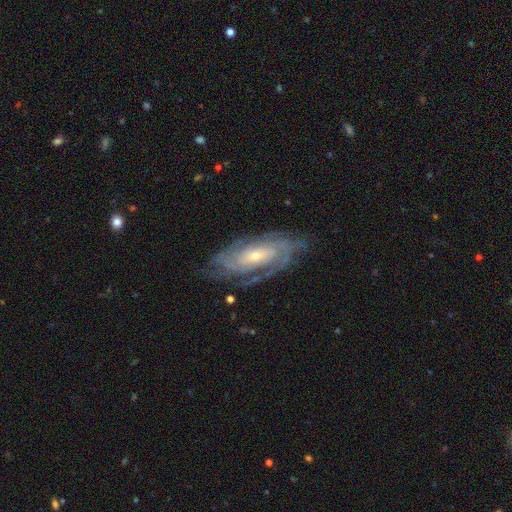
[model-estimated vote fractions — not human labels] smooth_or_featured: featured or disk (p=0.87) [alt: smooth p=0.08]
disk_edge_on: no (p=0.93) [alt: yes p=0.07]
bar: no (p=0.60) [alt: weak p=0.29]
has_spiral_arms: yes (p=0.96) [alt: no p=0.04]
spiral_winding: tight (p=0.64) [alt: medium p=0.29]
spiral_arm_count: can't tell (p=0.29) [alt: 2 p=0.26]
bulge_size: small (p=0.65) [alt: moderate p=0.29]
merging: none (p=0.72) [alt: minor disturbance p=0.18]